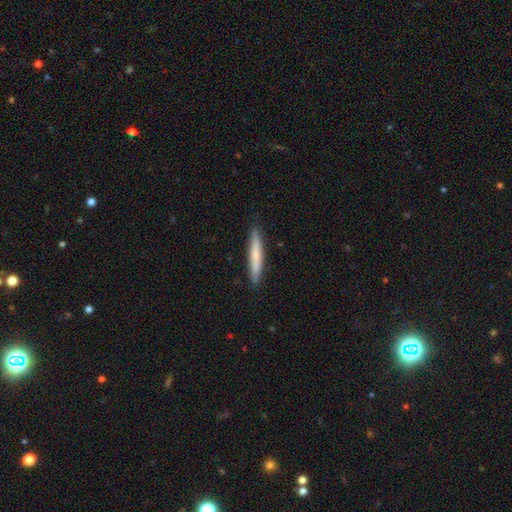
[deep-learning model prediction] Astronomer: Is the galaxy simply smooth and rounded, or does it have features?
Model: smooth — 68%.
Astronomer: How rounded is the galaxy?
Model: cigar-shaped — 94%.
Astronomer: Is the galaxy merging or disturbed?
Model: none — 89%.